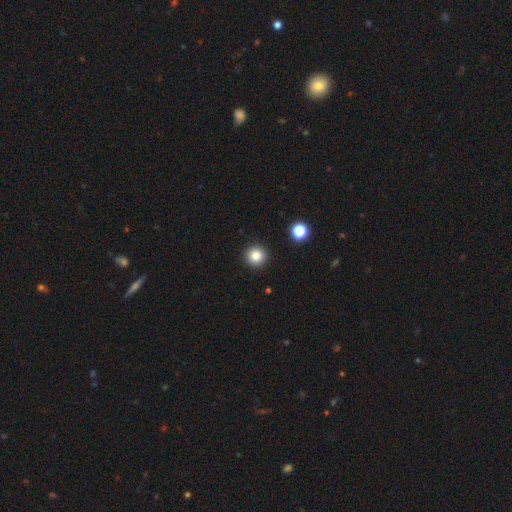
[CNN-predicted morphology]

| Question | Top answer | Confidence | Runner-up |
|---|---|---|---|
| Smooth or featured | smooth | 84% | star or artifact (11%) |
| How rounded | round | 95% | in between (4%) |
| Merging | none | 92% | minor disturbance (5%) |